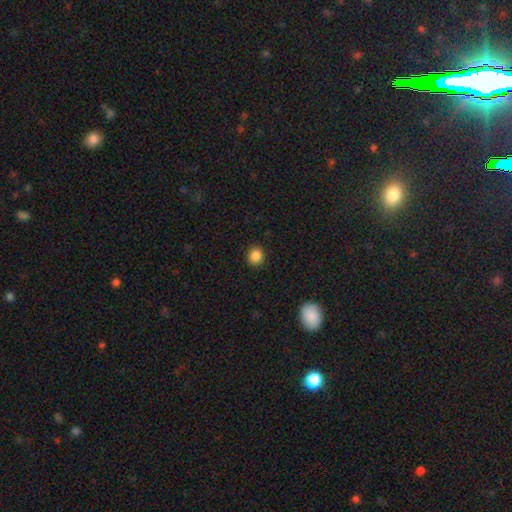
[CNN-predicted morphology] Smooth or featured?
  - smooth: 86% *
  - star or artifact: 11%
  - featured or disk: 3%
How rounded?
  - round: 81% *
  - in between: 18%
  - cigar-shaped: 1%
Merging?
  - none: 91% *
  - minor disturbance: 6%
  - major disturbance: 2%
  - merger: 1%